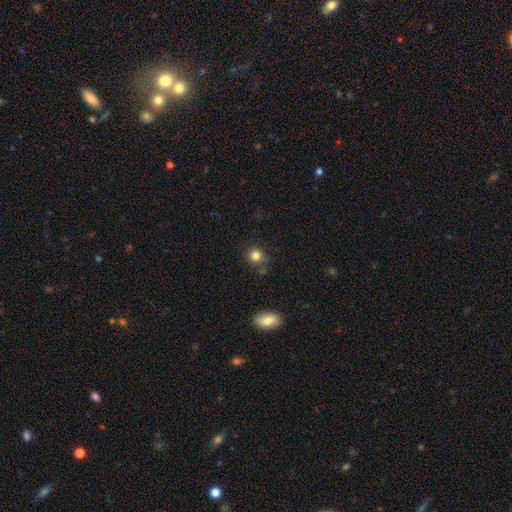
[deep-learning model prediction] The model was most divided on "merging": none: 78%, minor disturbance: 13%, merger: 6%, major disturbance: 3%. More confident: how rounded — round (87%); smooth or featured — smooth (83%).